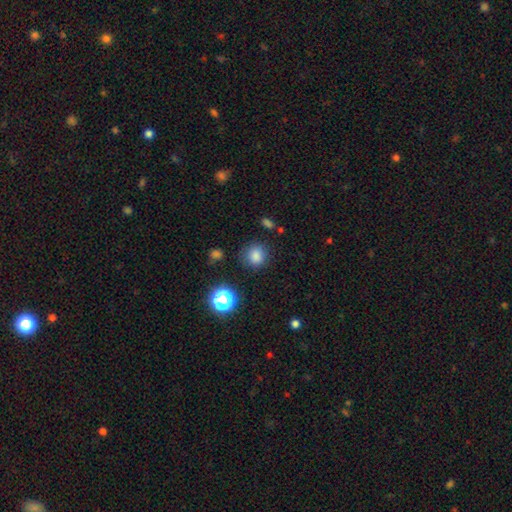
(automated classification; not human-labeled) Q: Smooth or featured?
A: smooth (81%); runner-up: star or artifact (15%)
Q: How rounded?
A: round (83%); runner-up: in between (16%)
Q: Merging?
A: none (81%); runner-up: minor disturbance (12%)